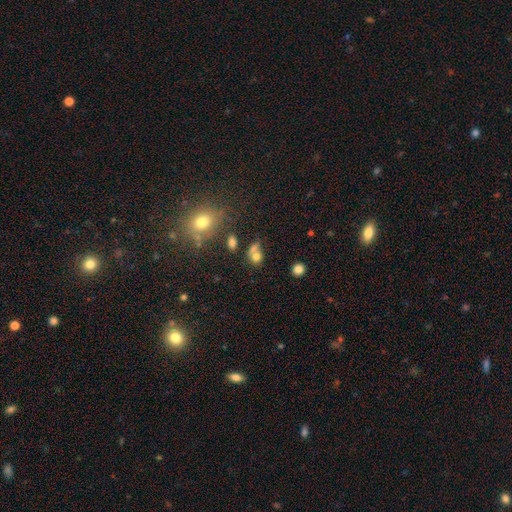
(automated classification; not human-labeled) Smooth or featured: smooth — 73% (star or artifact — 15%)
How rounded: round — 60% (in between — 38%)
Merging: merger — 44% (none — 38%)